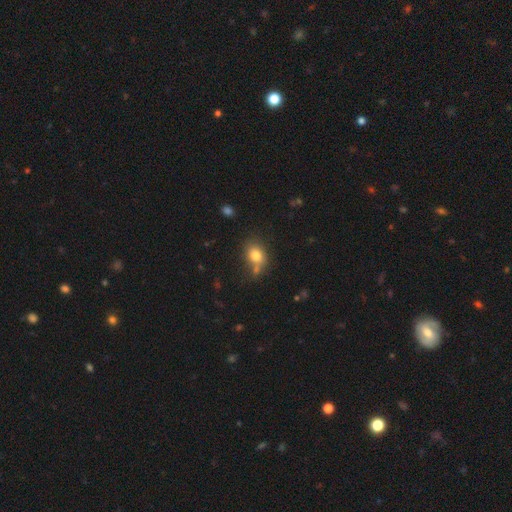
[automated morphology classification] type=smooth (79%); roundness=in between (59%); merging=none (57%).